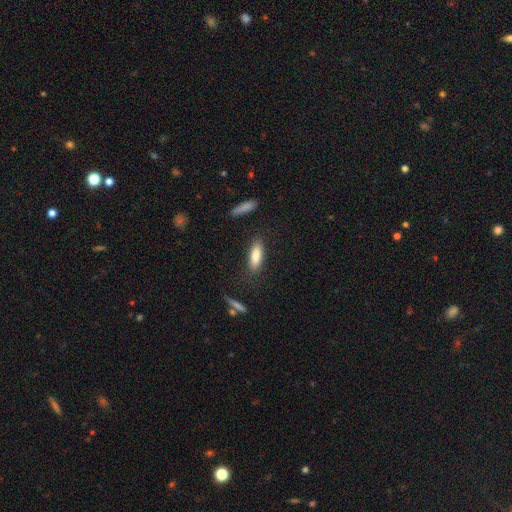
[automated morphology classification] The model was most divided on "how rounded": in between: 51%, cigar-shaped: 47%, round: 2%. More confident: merging — none (82%); smooth or featured — smooth (81%).